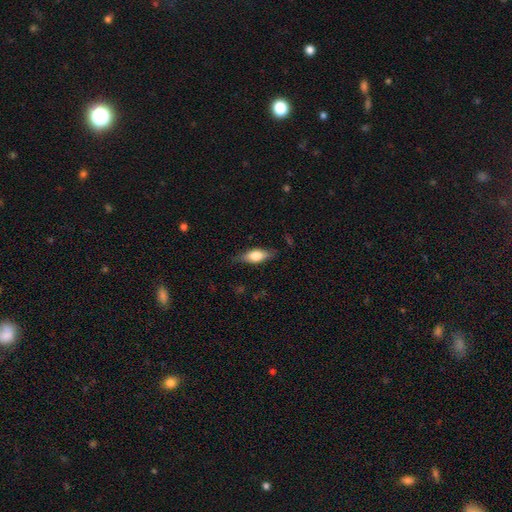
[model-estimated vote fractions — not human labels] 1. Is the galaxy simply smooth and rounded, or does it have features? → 65% smooth, 29% featured or disk, 7% star or artifact.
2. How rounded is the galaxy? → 72% in between, 25% cigar-shaped, 4% round.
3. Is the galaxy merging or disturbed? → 77% none, 18% minor disturbance, 4% major disturbance, 1% merger.